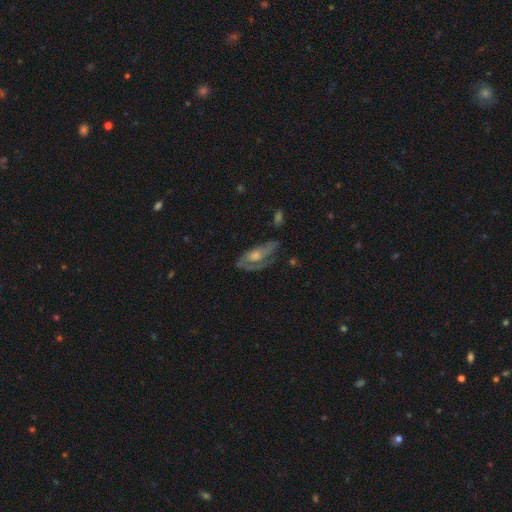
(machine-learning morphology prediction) smooth-or-featured: featured or disk: 71% | smooth: 20% | star or artifact: 9%
  disk-edge-on: no: 90% | yes: 10%
    bar: no: 71% | weak: 23% | strong: 5%
    has-spiral-arms: yes: 78% | no: 22%
      spiral-winding: tight: 40% | medium: 39% | loose: 20%
      spiral-arm-count: 2: 37% | 1: 27% | can't tell: 26% | 3: 6% | 4: 2% | more than 4: 2%
    bulge-size: moderate: 51% | small: 29% | large: 12% | none: 6% | dominant: 2%
  merging: none: 48% | major disturbance: 25% | minor disturbance: 23% | merger: 4%